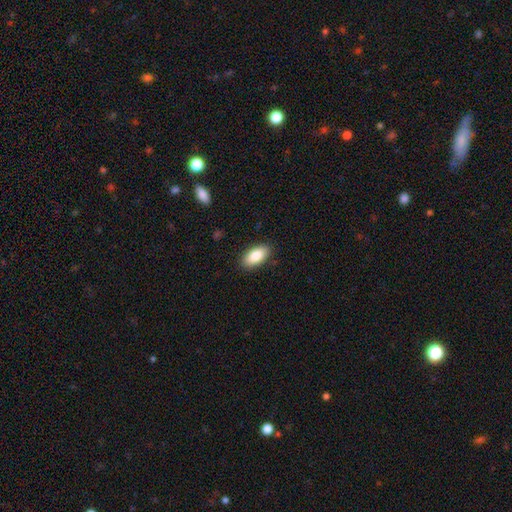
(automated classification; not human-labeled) Q: Smooth or featured?
A: smooth (86%); runner-up: featured or disk (8%)
Q: How rounded?
A: in between (93%); runner-up: cigar-shaped (5%)
Q: Merging?
A: none (89%); runner-up: minor disturbance (8%)